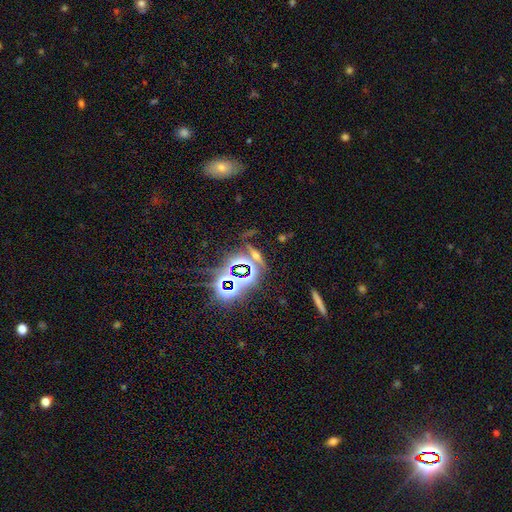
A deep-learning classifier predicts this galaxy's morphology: smooth_or_featured: star or artifact (p=0.54) [alt: smooth p=0.25]